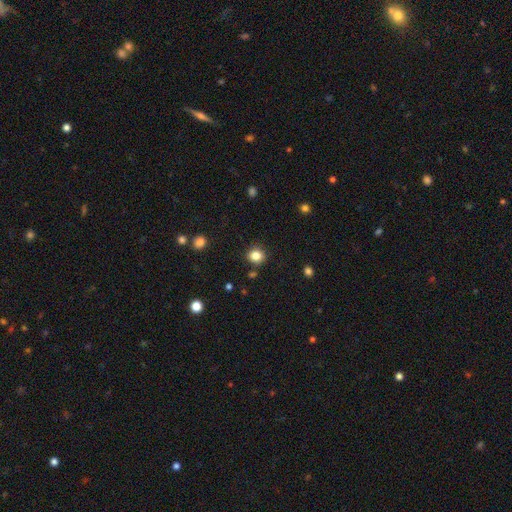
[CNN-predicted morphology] smooth_or_featured: smooth (p=0.84) [alt: star or artifact p=0.11]
how_rounded: round (p=0.82) [alt: in between p=0.17]
merging: none (p=0.86) [alt: minor disturbance p=0.08]